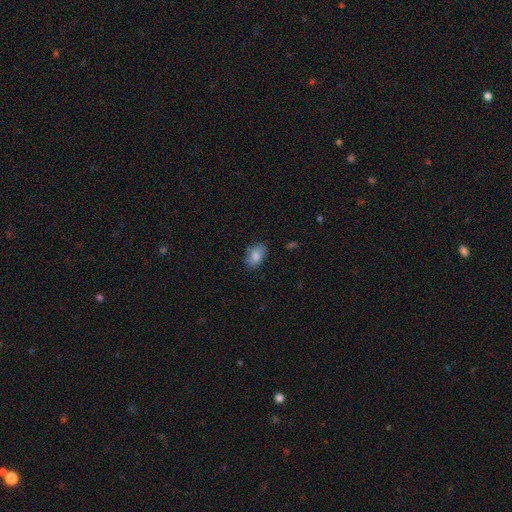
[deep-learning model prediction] Q: Smooth or featured?
A: smooth (79%); runner-up: featured or disk (14%)
Q: How rounded?
A: in between (87%); runner-up: round (11%)
Q: Merging?
A: none (72%); runner-up: minor disturbance (21%)